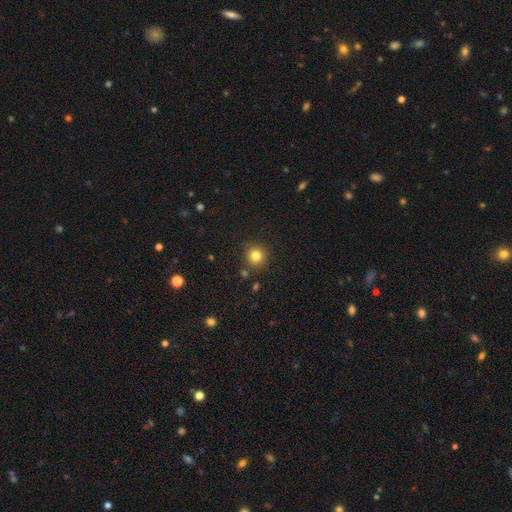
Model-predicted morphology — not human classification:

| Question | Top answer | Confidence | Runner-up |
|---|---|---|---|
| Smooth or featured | smooth | 81% | star or artifact (13%) |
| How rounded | round | 93% | in between (6%) |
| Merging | none | 86% | minor disturbance (8%) |